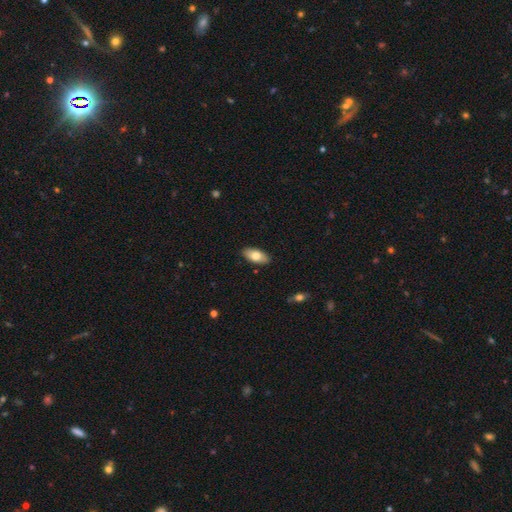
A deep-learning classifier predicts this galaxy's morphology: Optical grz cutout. It shows a smooth galaxy with no disk features (75%) that is in between round and cigar-shaped (89%). Merging: none (89%).